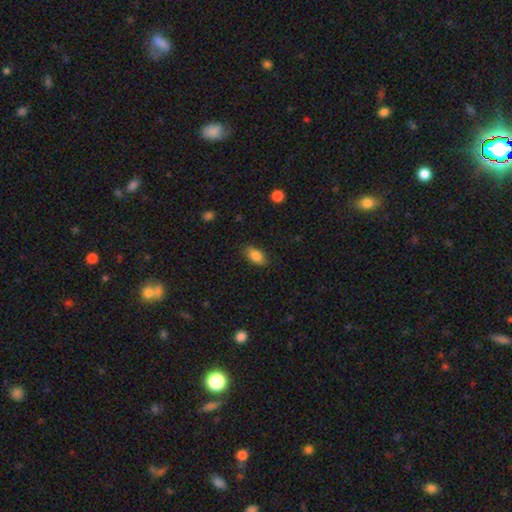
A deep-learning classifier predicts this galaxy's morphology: Smooth or featured? Predicted: smooth (p=0.85). How rounded? Predicted: in between (p=0.89). Merging? Predicted: none (p=0.84).